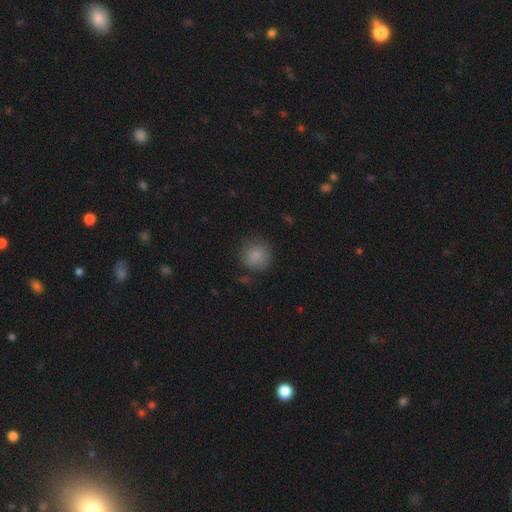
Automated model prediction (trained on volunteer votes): A smooth galaxy with no disk features (86%) that is round (91%). Merging: none (81%).